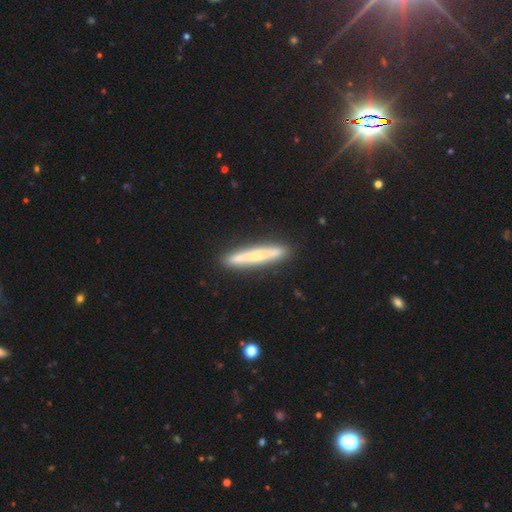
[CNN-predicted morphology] Smooth or featured? smooth (52%)
How rounded? cigar-shaped (95%)
Merging? none (89%)